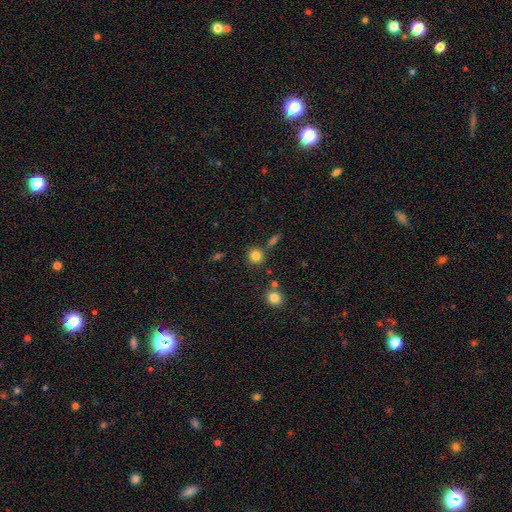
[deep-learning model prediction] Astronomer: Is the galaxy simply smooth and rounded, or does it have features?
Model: smooth — 82%.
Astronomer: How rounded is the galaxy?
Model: round — 90%.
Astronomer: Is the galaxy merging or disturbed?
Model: none — 77%.